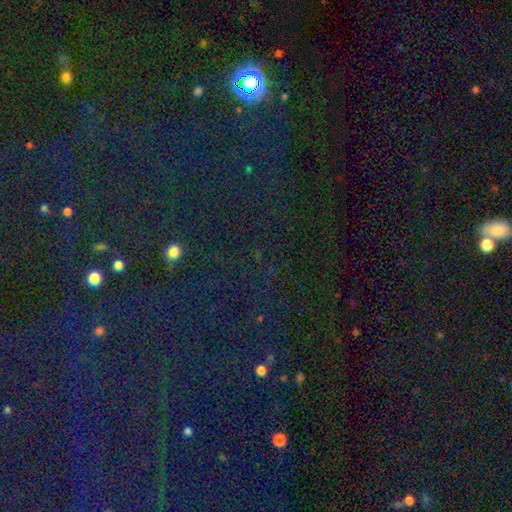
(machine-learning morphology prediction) smooth-or-featured: star or artifact: 81% | smooth: 11% | featured or disk: 8%